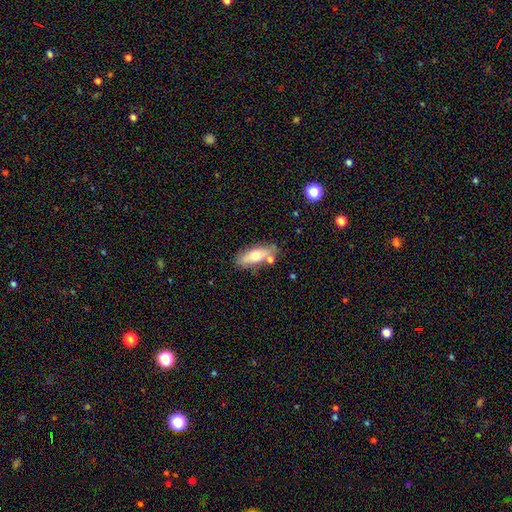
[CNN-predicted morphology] This appears to be a smooth galaxy with no disk features (60%) that is in between round and cigar-shaped (68%). Merging: none (69%).